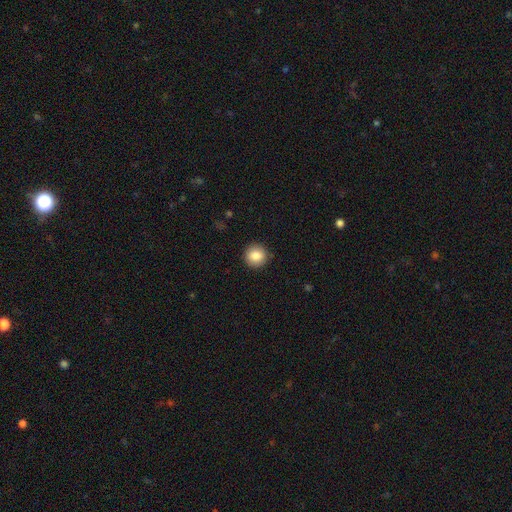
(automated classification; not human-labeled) Morphology: type=smooth (86%); roundness=round (94%); merging=none (91%).